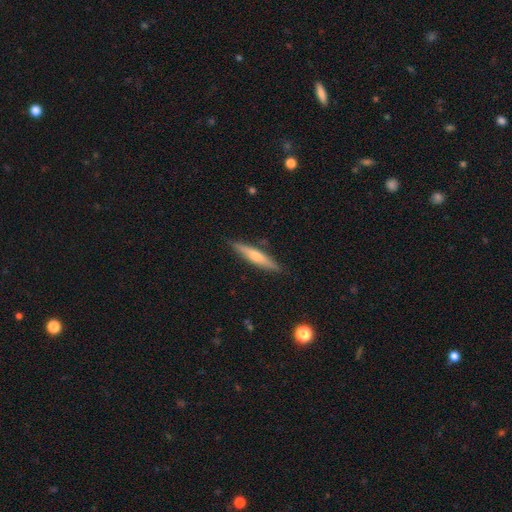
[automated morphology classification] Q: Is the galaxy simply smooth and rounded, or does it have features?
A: smooth — 52%.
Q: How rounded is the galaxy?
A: cigar-shaped — 90%.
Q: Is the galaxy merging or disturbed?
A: none — 87%.